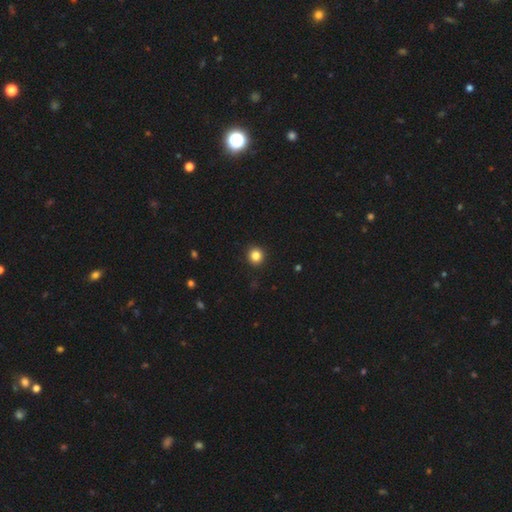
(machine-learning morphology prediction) A smooth galaxy with no disk features (84%) that is round (93%). Merging: none (93%).